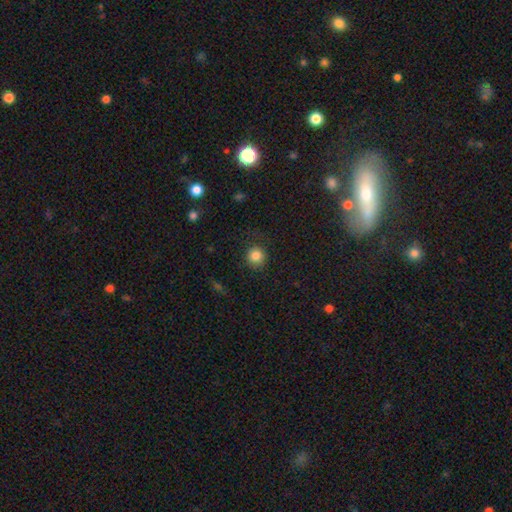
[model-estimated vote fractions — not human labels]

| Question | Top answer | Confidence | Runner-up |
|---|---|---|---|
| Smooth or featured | smooth | 85% | star or artifact (11%) |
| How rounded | round | 92% | in between (7%) |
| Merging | none | 85% | minor disturbance (10%) |